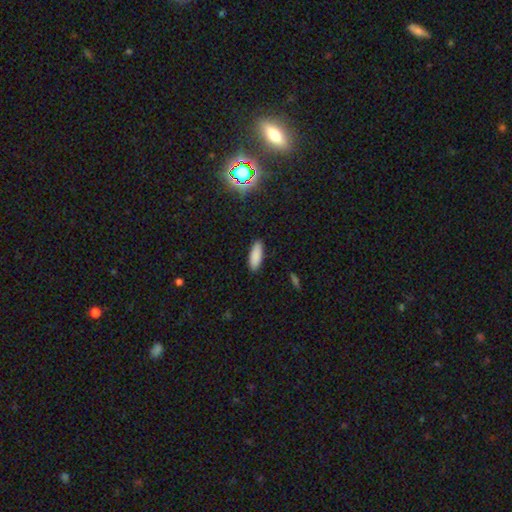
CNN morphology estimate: smooth_or_featured: smooth (p=0.87) [alt: star or artifact p=0.08]
how_rounded: in between (p=0.68) [alt: cigar-shaped p=0.30]
merging: none (p=0.89) [alt: minor disturbance p=0.08]